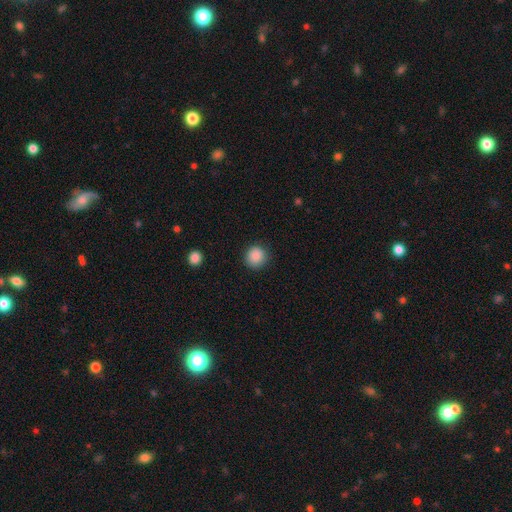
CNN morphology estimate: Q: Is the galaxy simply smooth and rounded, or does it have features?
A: smooth — 88%.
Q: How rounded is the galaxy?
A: round — 90%.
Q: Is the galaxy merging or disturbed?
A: none — 87%.